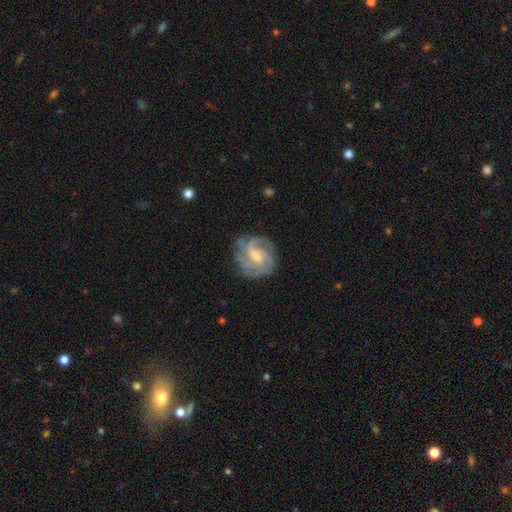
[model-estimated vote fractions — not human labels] Smooth or featured? featured or disk (85%)
Edge-on disk? no (98%)
Bar? weak (56%)
Spiral arms? yes (97%)
Spiral winding? tight (52%)
Spiral arm count? 4 (34%)
Bulge size? moderate (47%)
Merging? none (78%)